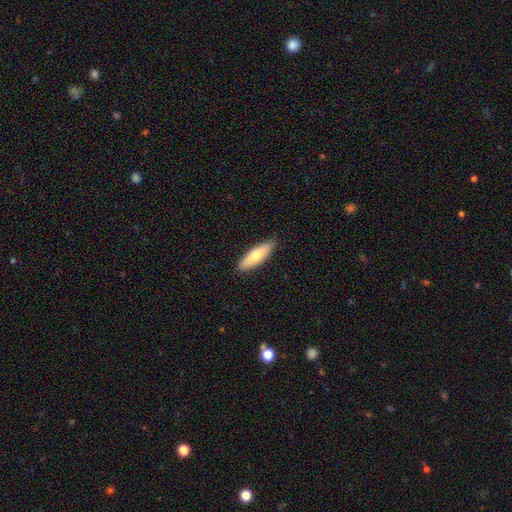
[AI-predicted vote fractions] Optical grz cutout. It shows a smooth galaxy with no disk features (77%) that is cigar-shaped (50%). Merging: none (86%).